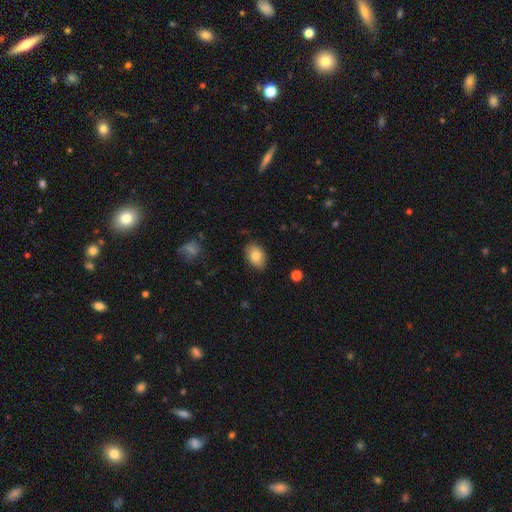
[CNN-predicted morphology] smooth 81%, featured or disk 11%, star or artifact 8%. Down the decision tree: how rounded — in between (82%); merging — none (85%).